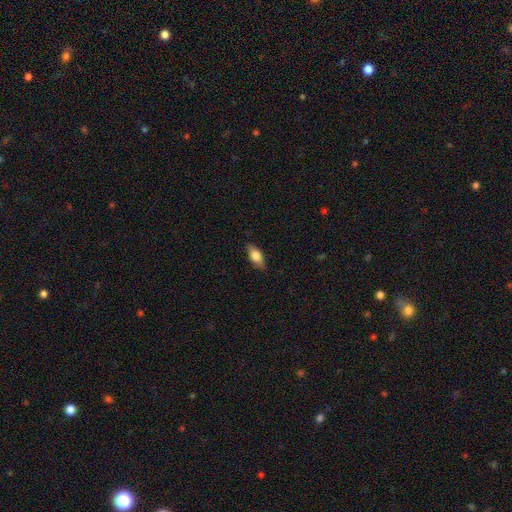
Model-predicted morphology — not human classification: The model was most divided on "smooth or featured": smooth: 72%, featured or disk: 22%, star or artifact: 7%. More confident: merging — none (83%); how rounded — in between (80%).